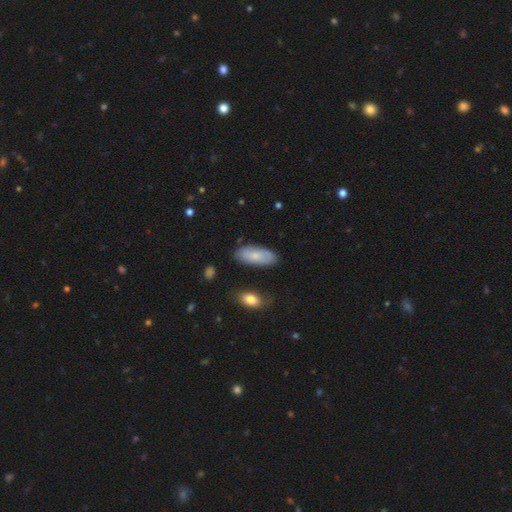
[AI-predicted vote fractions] Overall: smooth (74%). How rounded: in between (84%). Merging: none (76%).